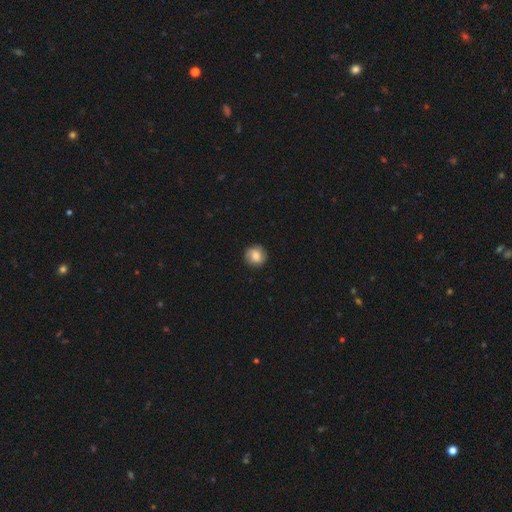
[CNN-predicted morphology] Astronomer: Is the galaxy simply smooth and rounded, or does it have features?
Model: smooth — 68%.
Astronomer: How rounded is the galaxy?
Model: round — 91%.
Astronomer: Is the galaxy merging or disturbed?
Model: none — 86%.